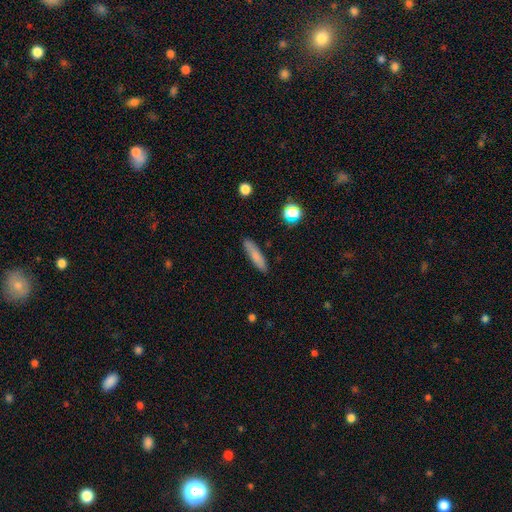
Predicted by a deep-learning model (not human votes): This appears to be a smooth galaxy with no disk features (78%) that is cigar-shaped (82%). Merging: none (87%).